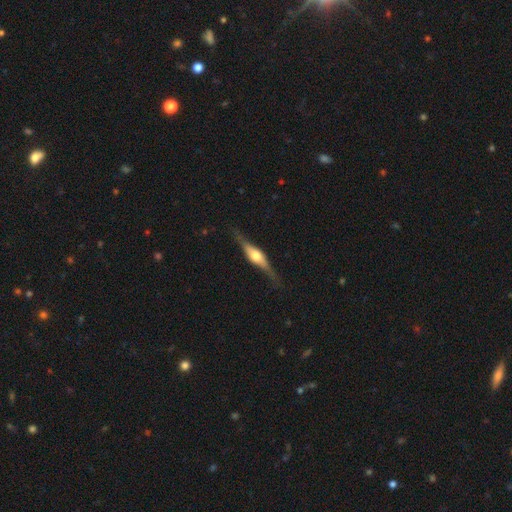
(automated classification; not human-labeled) The model was most divided on "smooth or featured": featured or disk: 73%, smooth: 22%, star or artifact: 5%. More confident: edge-on disk — yes (96%); edge-on bulge — rounded (90%); merging — none (82%).